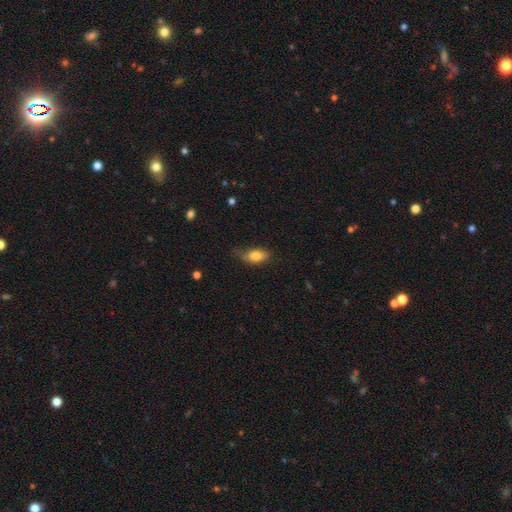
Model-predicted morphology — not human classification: A smooth galaxy with no disk features (81%) that is in between round and cigar-shaped (86%). Merging: none (52%).